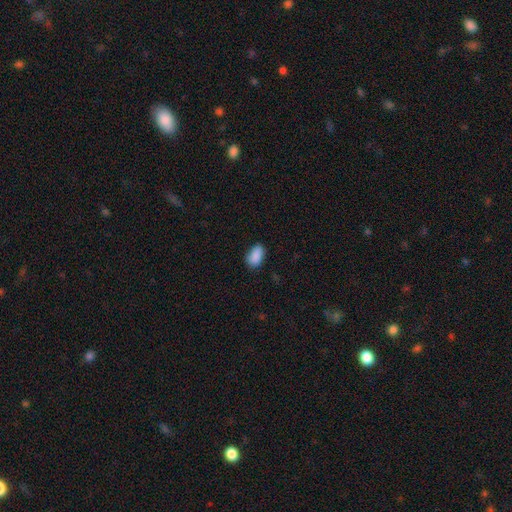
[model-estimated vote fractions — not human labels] smooth-or-featured: smooth: 89% | star or artifact: 8% | featured or disk: 4%
  how-rounded: in between: 91% | round: 7% | cigar-shaped: 2%
  merging: none: 75% | minor disturbance: 20% | major disturbance: 3% | merger: 1%